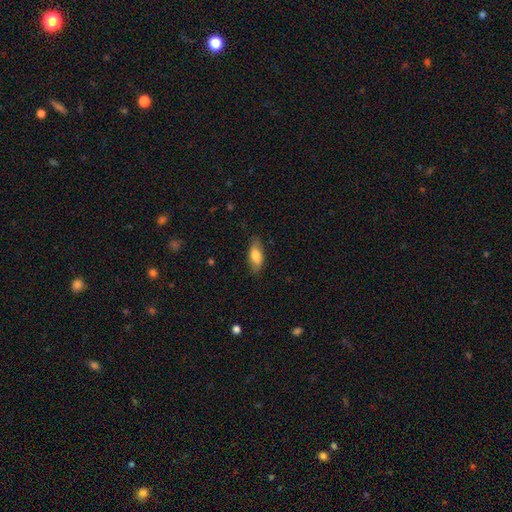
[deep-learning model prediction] This appears to be a smooth galaxy with no disk features (74%) that is in between round and cigar-shaped (80%). Merging: none (78%).